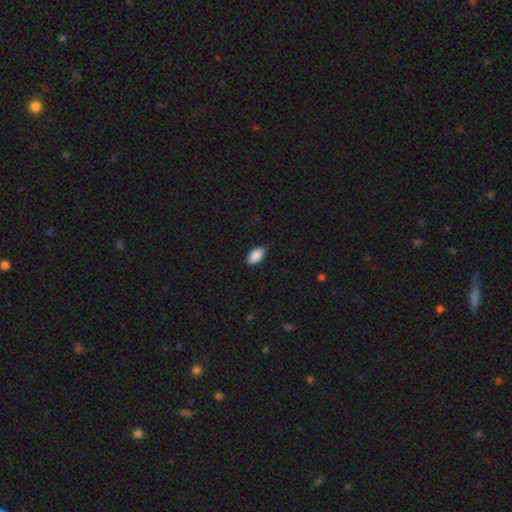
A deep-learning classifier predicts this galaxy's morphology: Overall: smooth (89%). How rounded: in between (93%). Merging: none (84%).